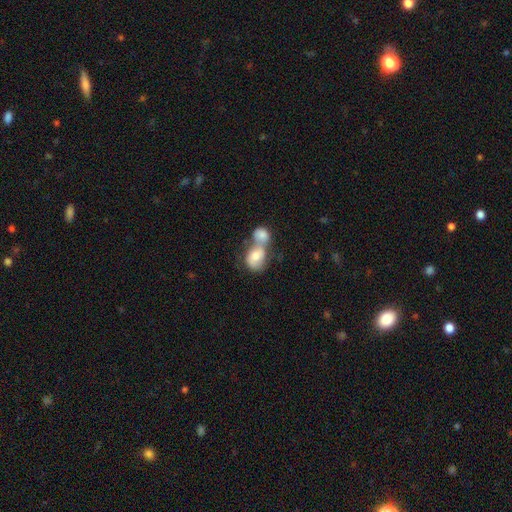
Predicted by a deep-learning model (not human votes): A smooth galaxy with no disk features (70%) that is in between round and cigar-shaped (58%).

Vote fractions:
- Smooth or featured? smooth: 70% / featured or disk: 23% / star or artifact: 7%
- How rounded? in between: 58% / round: 40% / cigar-shaped: 2%
- Merging? merger: 75% / none: 14% / minor disturbance: 6% / major disturbance: 4%